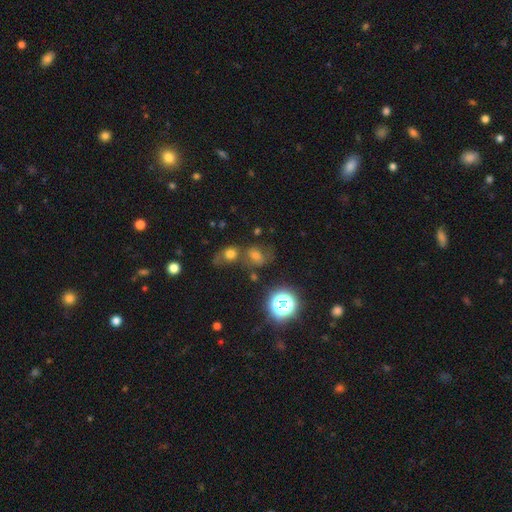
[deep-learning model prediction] Smooth or featured? smooth (55%)
How rounded? in between (49%, tied with round)
Merging? none (46%)